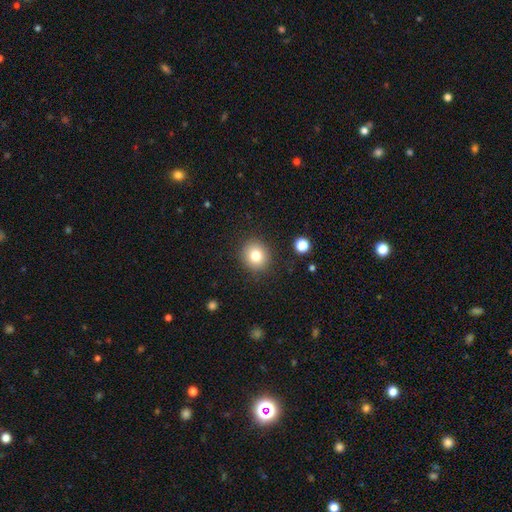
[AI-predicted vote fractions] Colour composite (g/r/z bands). It shows a smooth galaxy with no disk features (80%) that is round (87%). Merging: none (89%).